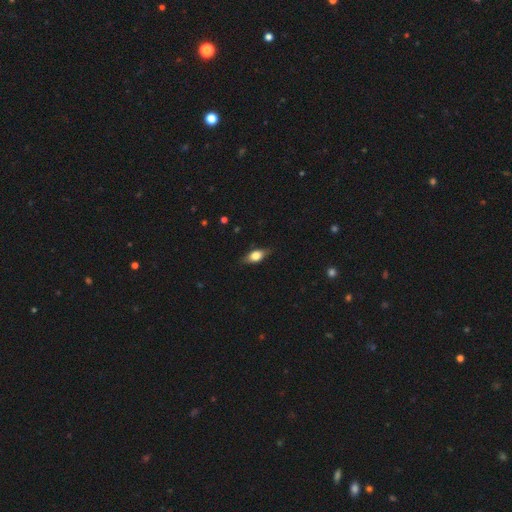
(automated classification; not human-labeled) Smooth or featured?
  - smooth: 61% *
  - featured or disk: 31%
  - star or artifact: 8%
How rounded?
  - in between: 77% *
  - cigar-shaped: 14%
  - round: 9%
Merging?
  - none: 81% *
  - minor disturbance: 15%
  - major disturbance: 3%
  - merger: 1%